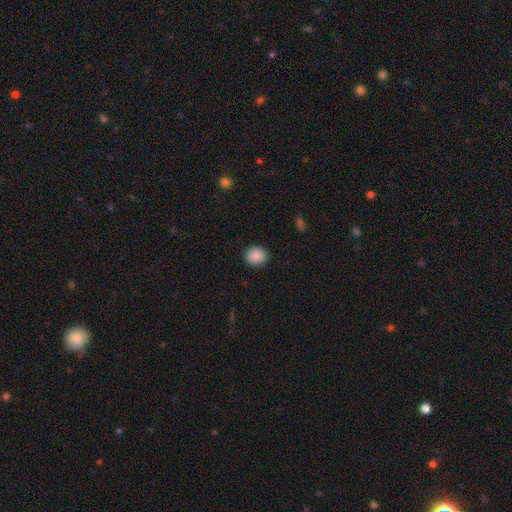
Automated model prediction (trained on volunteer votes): smooth-or-featured: smooth: 89% | star or artifact: 8% | featured or disk: 3%
  how-rounded: round: 78% | in between: 21% | cigar-shaped: 1%
  merging: none: 89% | minor disturbance: 8% | major disturbance: 2% | merger: 1%